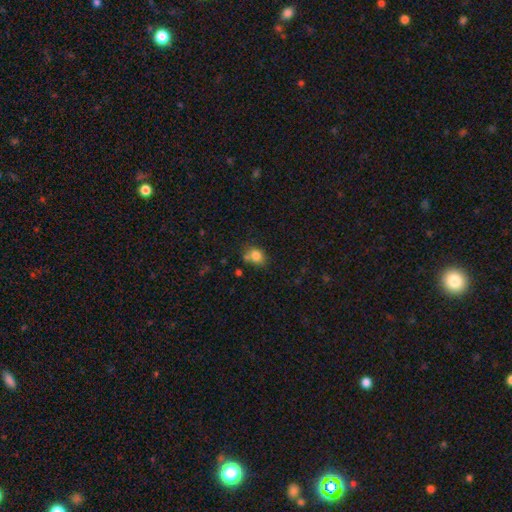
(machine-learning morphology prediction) The model was most divided on "how rounded": in between: 51%, round: 48%, cigar-shaped: 1%. More confident: smooth or featured — smooth (81%); merging — none (55%).